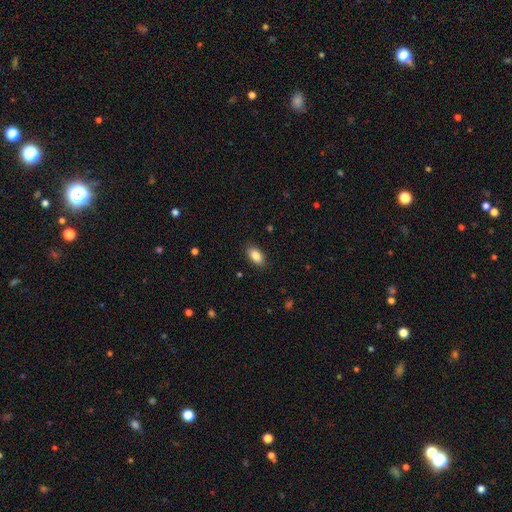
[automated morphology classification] Smooth or featured? smooth (86%)
How rounded? in between (92%)
Merging? none (88%)